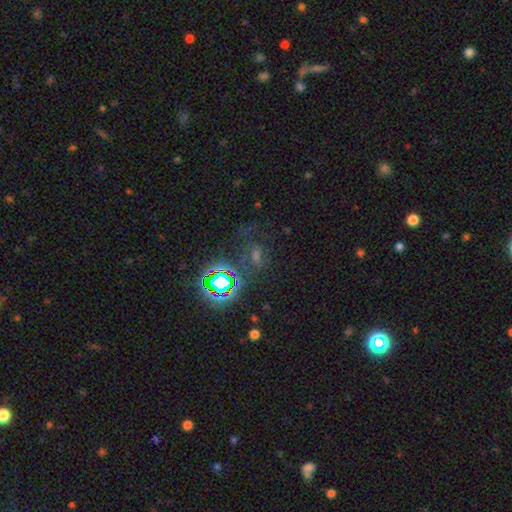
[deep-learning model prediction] Smooth or featured? Predicted: star or artifact (p=0.56).